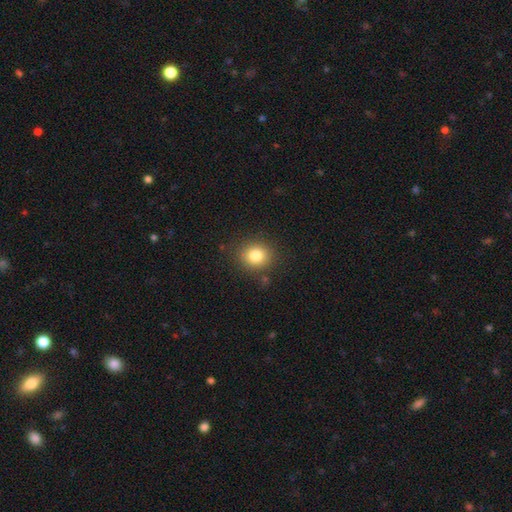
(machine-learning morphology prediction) smooth_or_featured: smooth (p=0.82) [alt: star or artifact p=0.11]
how_rounded: round (p=0.78) [alt: in between p=0.21]
merging: none (p=0.86) [alt: minor disturbance p=0.09]